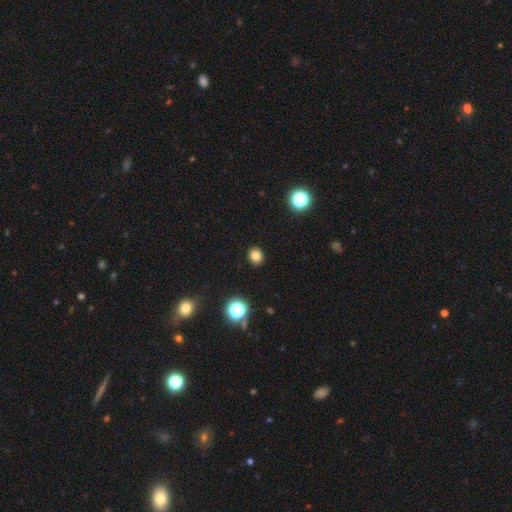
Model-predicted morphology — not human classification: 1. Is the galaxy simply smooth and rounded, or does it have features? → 80% smooth, 14% star or artifact, 6% featured or disk.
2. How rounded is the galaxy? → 78% round, 21% in between, 1% cigar-shaped.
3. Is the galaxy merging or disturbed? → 92% none, 6% minor disturbance, 2% major disturbance, 1% merger.